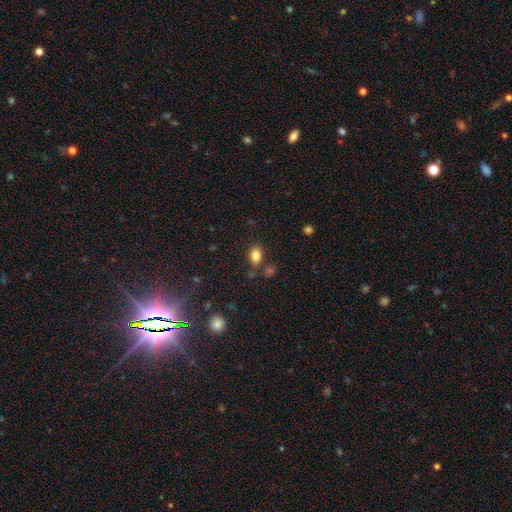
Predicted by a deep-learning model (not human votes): This is clearly a smooth galaxy (83%). How rounded: likely in between (77%). Merging: likely none (75%).